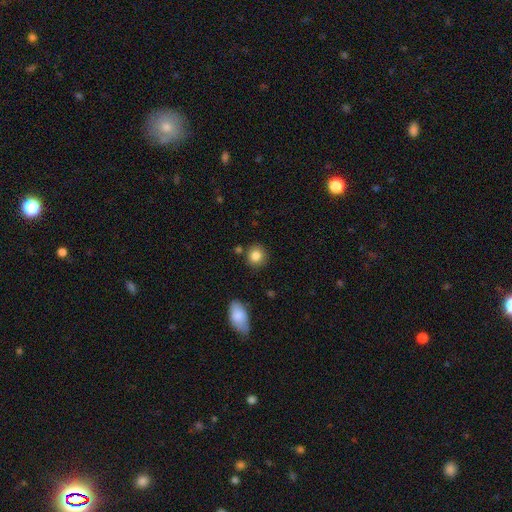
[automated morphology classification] Smooth or featured?
  - smooth: 85% *
  - star or artifact: 9%
  - featured or disk: 6%
How rounded?
  - round: 87% *
  - in between: 12%
  - cigar-shaped: 1%
Merging?
  - none: 83% *
  - minor disturbance: 10%
  - merger: 5%
  - major disturbance: 3%